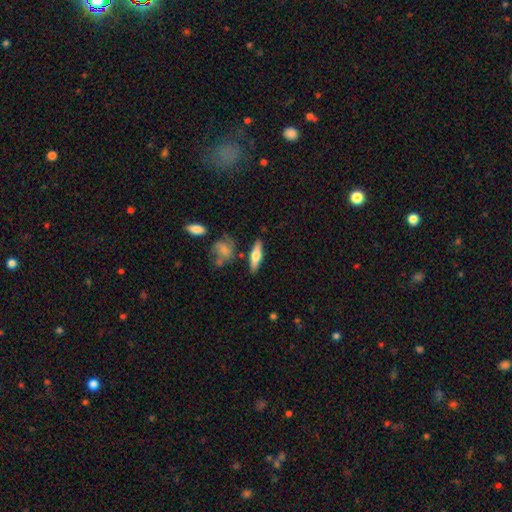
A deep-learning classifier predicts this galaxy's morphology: A smooth galaxy with no disk features (53%) that is cigar-shaped (59%). Merging: none (80%).